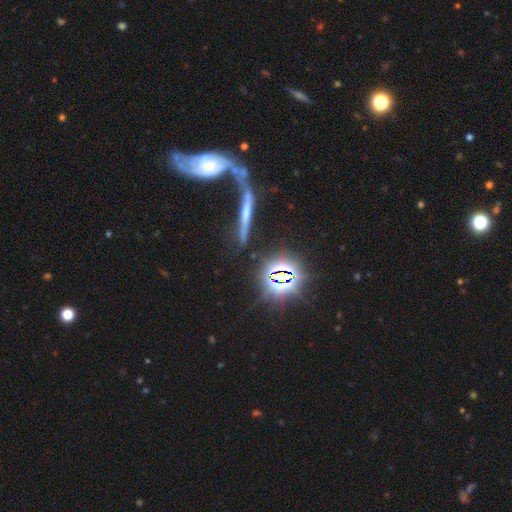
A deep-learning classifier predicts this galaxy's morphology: This is marginally a featured or disk galaxy (42%). Merging: possibly none (51%).